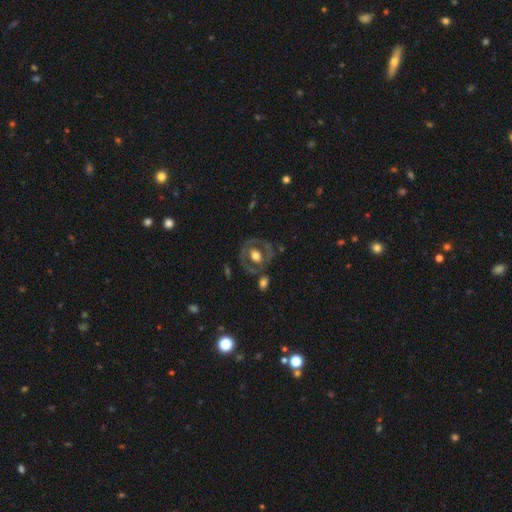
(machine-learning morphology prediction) smooth-or-featured: featured or disk: 60% | smooth: 33% | star or artifact: 6%
  disk-edge-on: no: 94% | yes: 6%
    bar: no: 73% | weak: 19% | strong: 8%
    has-spiral-arms: no: 79% | yes: 21%
    bulge-size: moderate: 57% | large: 34% | small: 5% | dominant: 2% | none: 1%
  merging: none: 70% | minor disturbance: 16% | major disturbance: 9% | merger: 6%